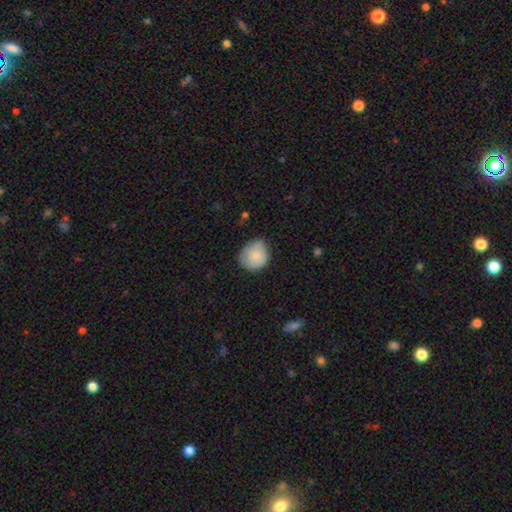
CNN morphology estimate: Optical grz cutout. It shows a smooth galaxy with no disk features (79%) that is round (80%). Merging: none (66%).